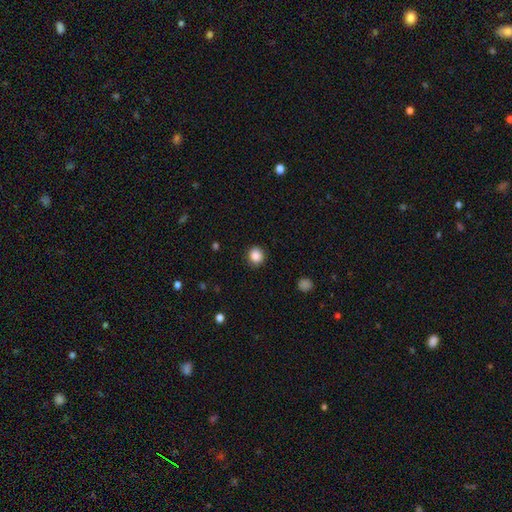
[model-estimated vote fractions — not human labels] Overall: smooth (87%). How rounded: round (87%). Merging: none (90%).